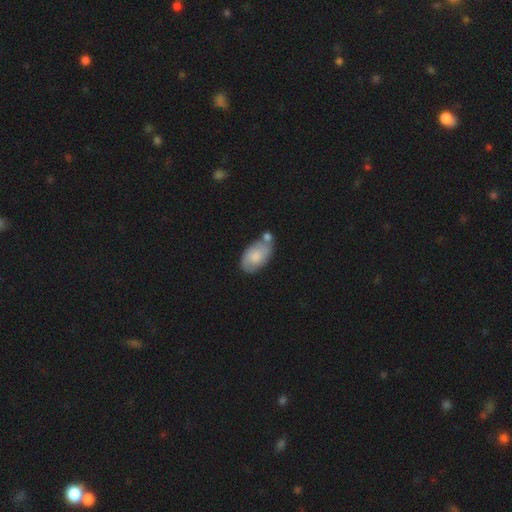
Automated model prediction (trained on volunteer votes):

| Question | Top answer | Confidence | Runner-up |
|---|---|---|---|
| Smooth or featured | smooth | 67% | featured or disk (27%) |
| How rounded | in between | 93% | round (5%) |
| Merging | none | 47% | merger (27%) |